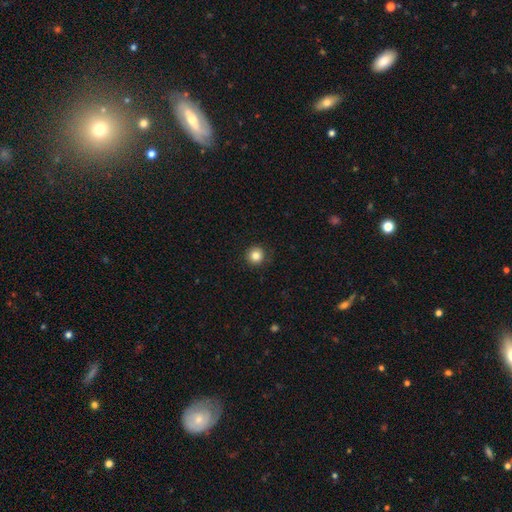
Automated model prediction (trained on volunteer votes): Smooth or featured? smooth (84%)
How rounded? round (95%)
Merging? none (91%)